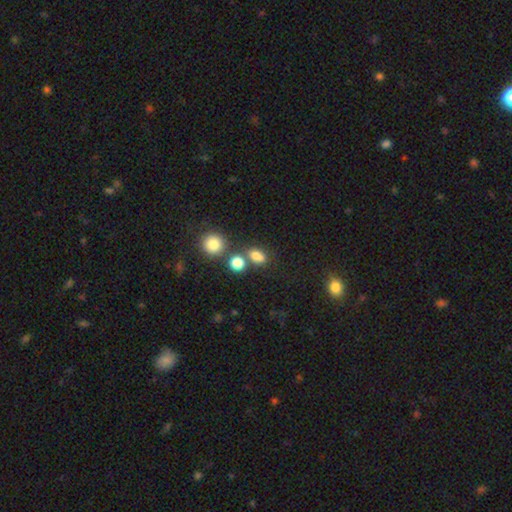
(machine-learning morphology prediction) This appears to be a smooth galaxy with no disk features (77%) that is in between round and cigar-shaped (61%). Merging: none (60%).